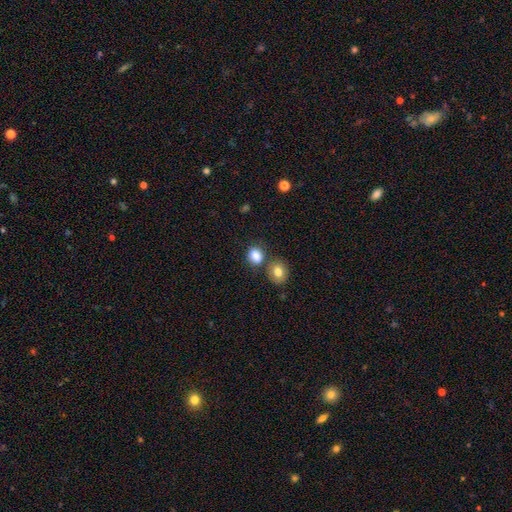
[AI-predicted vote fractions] Morphology: type=smooth (84%); roundness=round (54%); merging=none (62%).